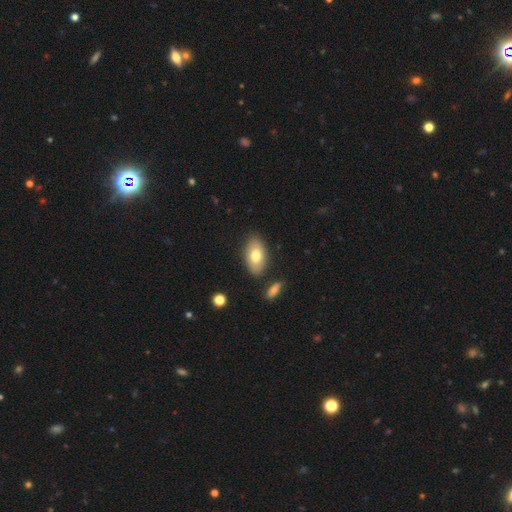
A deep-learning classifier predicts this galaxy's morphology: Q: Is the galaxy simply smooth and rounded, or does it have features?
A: smooth — 75%.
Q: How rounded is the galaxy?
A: in between — 93%.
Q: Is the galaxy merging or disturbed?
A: none — 83%.